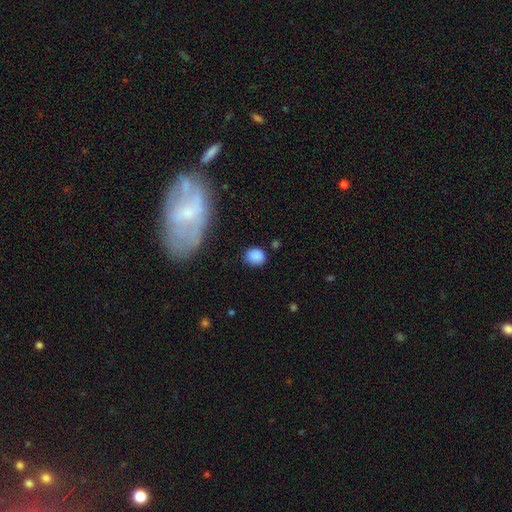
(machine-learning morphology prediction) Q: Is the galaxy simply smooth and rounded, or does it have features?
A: smooth — 85%.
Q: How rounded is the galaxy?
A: round — 56%.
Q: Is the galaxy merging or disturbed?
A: none — 75%.